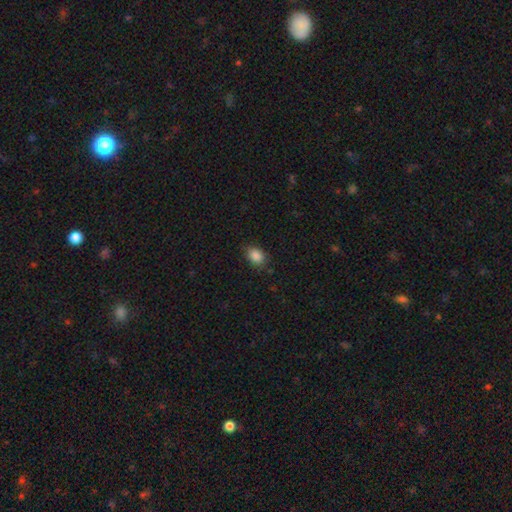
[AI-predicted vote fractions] The model was most divided on "how rounded": in between: 74%, round: 25%, cigar-shaped: 1%. More confident: smooth or featured — smooth (88%); merging — none (84%).